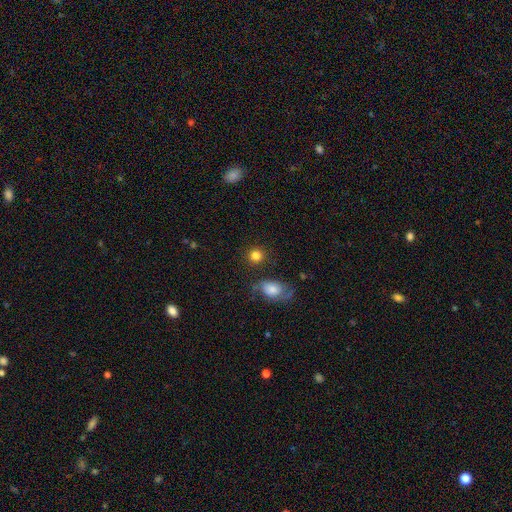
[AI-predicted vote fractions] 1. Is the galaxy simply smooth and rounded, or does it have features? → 83% smooth, 10% star or artifact, 7% featured or disk.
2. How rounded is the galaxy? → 87% round, 12% in between, 1% cigar-shaped.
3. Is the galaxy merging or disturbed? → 83% none, 9% minor disturbance, 5% merger, 4% major disturbance.